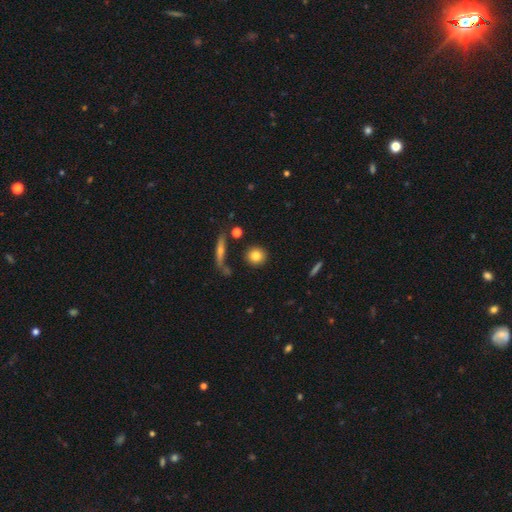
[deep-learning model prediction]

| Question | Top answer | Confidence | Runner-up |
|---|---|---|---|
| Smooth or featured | smooth | 82% | featured or disk (9%) |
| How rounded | round | 87% | in between (10%) |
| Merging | none | 85% | minor disturbance (8%) |